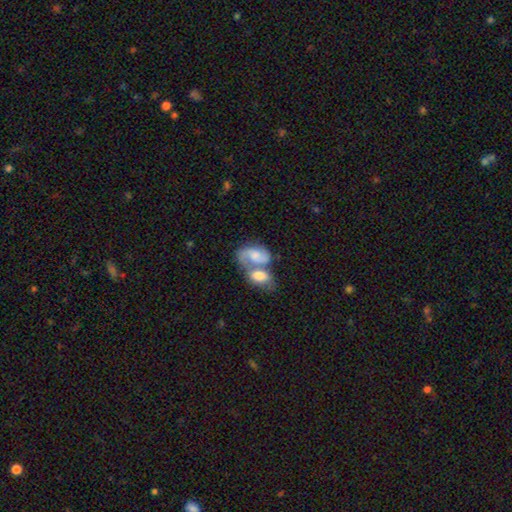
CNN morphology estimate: This appears to be a featured or disk galaxy (54%) with no bar (64%), spiral arms (79%) and a moderate central bulge (40%). Merging: merger (72%).